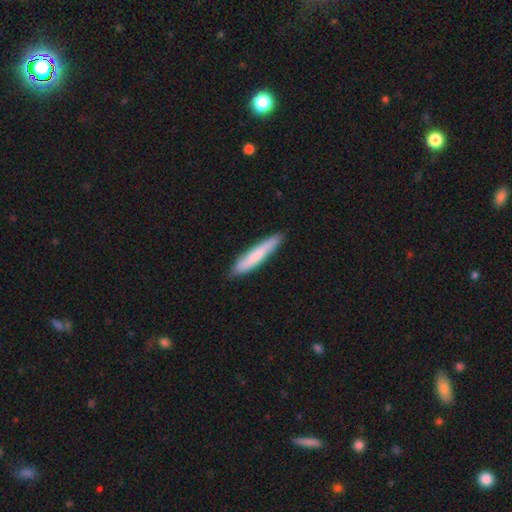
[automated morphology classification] smooth_or_featured: smooth (p=0.74) [alt: featured or disk p=0.20]
how_rounded: cigar-shaped (p=0.92) [alt: in between p=0.07]
merging: none (p=0.85) [alt: minor disturbance p=0.12]